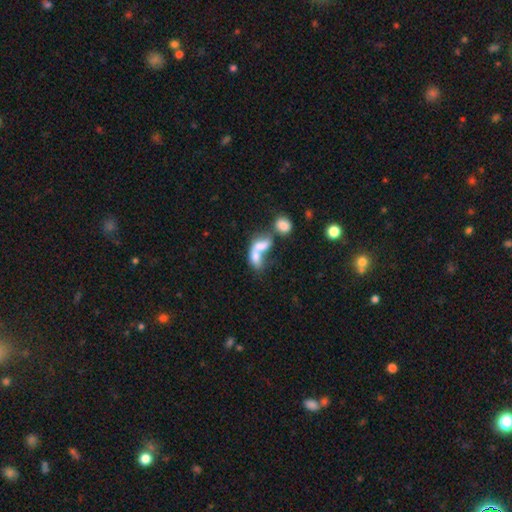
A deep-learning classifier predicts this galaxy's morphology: Q: Smooth or featured?
A: smooth (63%); runner-up: featured or disk (26%)
Q: How rounded?
A: in between (79%); runner-up: round (13%)
Q: Merging?
A: merger (72%); runner-up: none (12%)